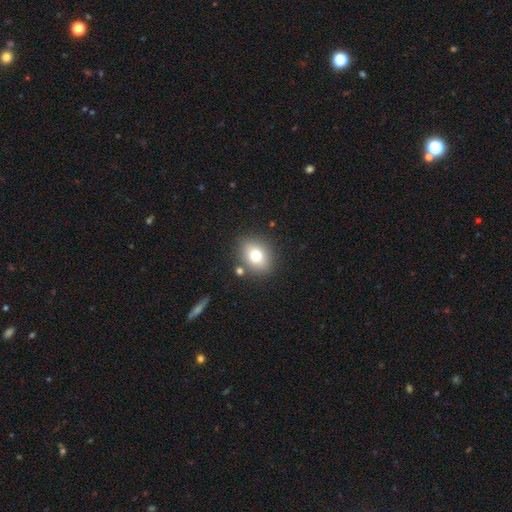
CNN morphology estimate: The model was most divided on "how rounded": round: 51%, in between: 48%, cigar-shaped: 1%. More confident: merging — none (82%); smooth or featured — smooth (74%).